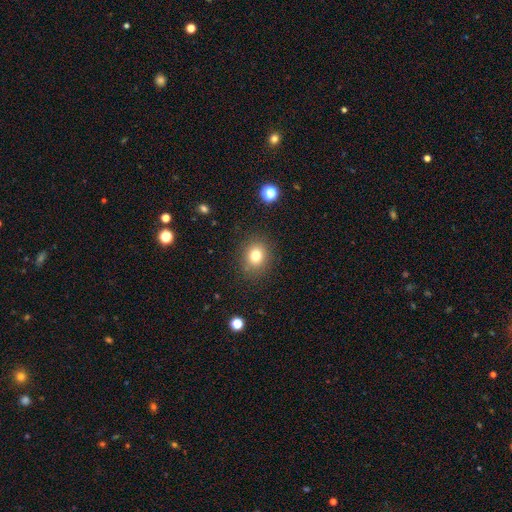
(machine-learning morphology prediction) smooth-or-featured: smooth: 78% | star or artifact: 13% | featured or disk: 9%
  how-rounded: round: 68% | in between: 32% | cigar-shaped: 1%
  merging: none: 85% | minor disturbance: 10% | major disturbance: 3% | merger: 2%